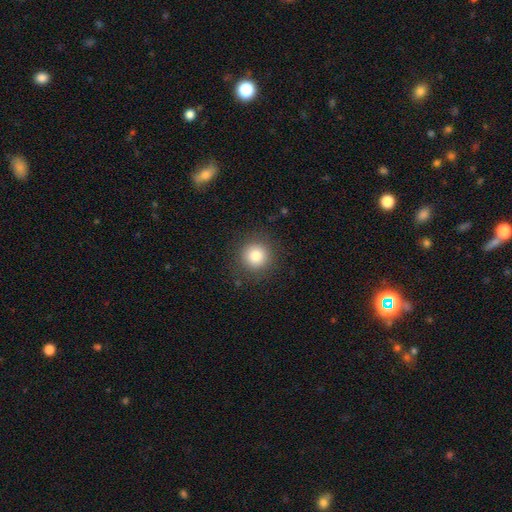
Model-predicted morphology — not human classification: Smooth or featured? smooth (82%)
How rounded? round (94%)
Merging? none (89%)